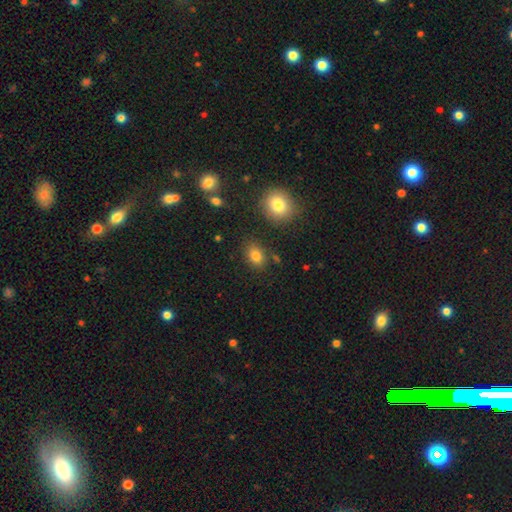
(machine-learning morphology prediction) This is clearly a smooth galaxy (81%). How rounded: likely in between (70%). Merging: clearly none (81%).